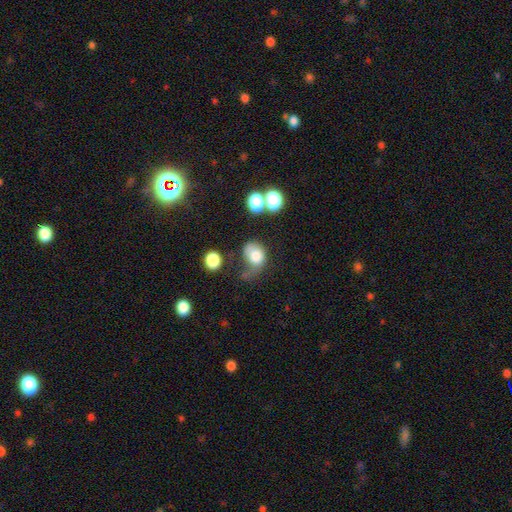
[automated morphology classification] A smooth galaxy with no disk features (70%) that is round (52%).

Vote fractions:
- Smooth or featured? smooth: 70% / featured or disk: 20% / star or artifact: 10%
- How rounded? round: 52% / in between: 47% / cigar-shaped: 1%
- Merging? major disturbance: 39% / minor disturbance: 27% / none: 23% / merger: 10%